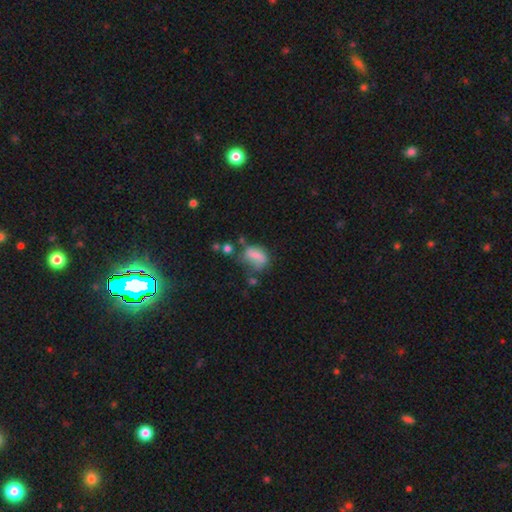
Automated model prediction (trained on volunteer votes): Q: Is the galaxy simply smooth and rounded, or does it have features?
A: smooth — 64%.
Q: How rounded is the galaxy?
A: in between — 78%.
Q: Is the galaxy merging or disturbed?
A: none — 30%.